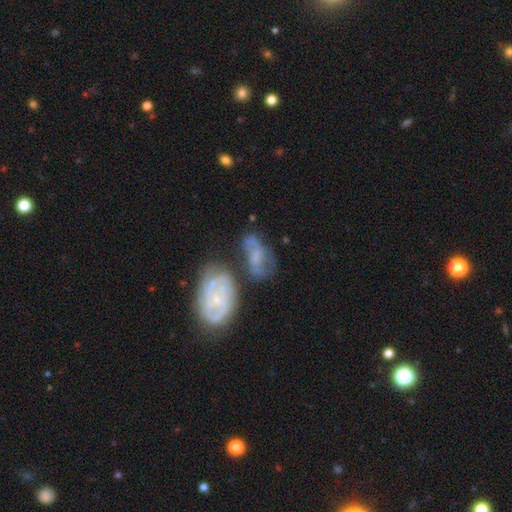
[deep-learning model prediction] A featured or disk galaxy (71%) with no bar (54%), 2 (57%) medium (43%) spiral arms (85%) and a small central bulge (57%). Merging: merger (36%).